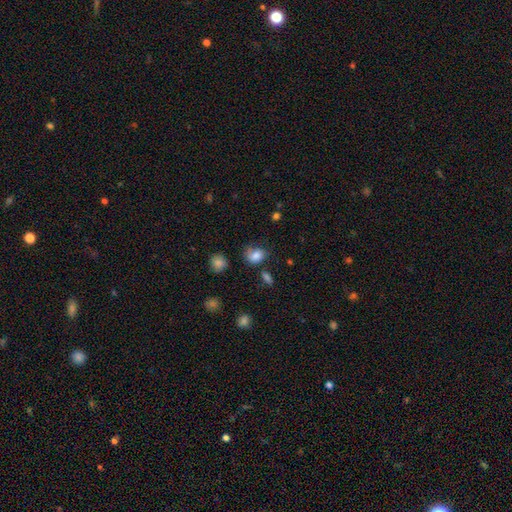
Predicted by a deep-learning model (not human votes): Overall: smooth (79%). How rounded: in between (51%; round 48%). Merging: none (52%; minor disturbance 29%).